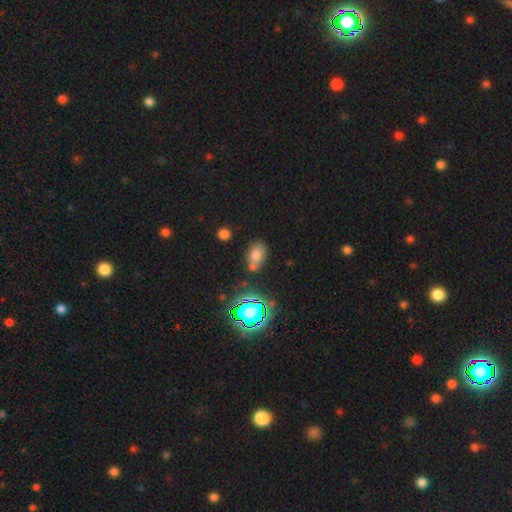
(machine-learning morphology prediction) A smooth galaxy with no disk features (66%) that is in between round and cigar-shaped (82%).

Vote fractions:
- Smooth or featured? smooth: 66% / star or artifact: 23% / featured or disk: 11%
- How rounded? in between: 82% / round: 16% / cigar-shaped: 2%
- Merging? none: 59% / minor disturbance: 18% / merger: 17% / major disturbance: 6%